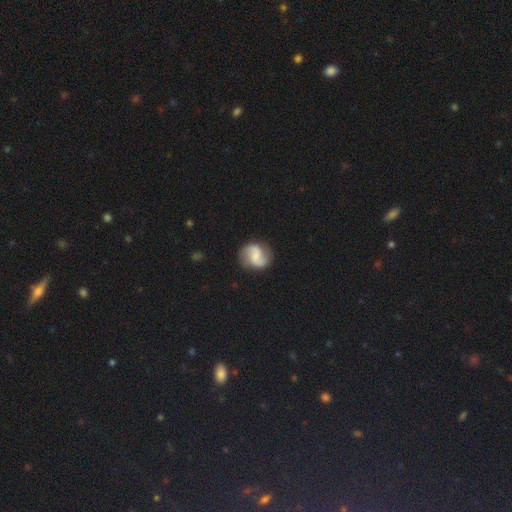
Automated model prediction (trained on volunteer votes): Smooth or featured: featured or disk — 73% (smooth — 21%)
Edge-on disk: no — 98% (yes — 2%)
Bar: weak — 44% (no — 40%)
Spiral arms: yes — 95% (no — 5%)
Spiral winding: loose — 52% (medium — 37%)
Spiral arm count: 2 — 92% (can't tell — 3%)
Bulge size: small — 40% (none — 31%)
Merging: none — 81% (minor disturbance — 13%)